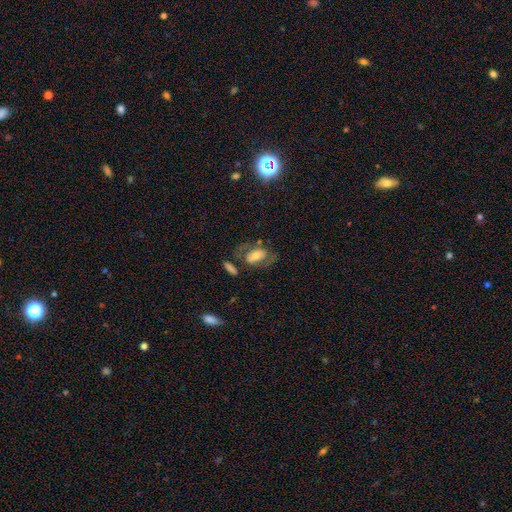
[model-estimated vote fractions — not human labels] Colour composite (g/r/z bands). It shows a smooth galaxy with no disk features (46%). Merging: none (54%).